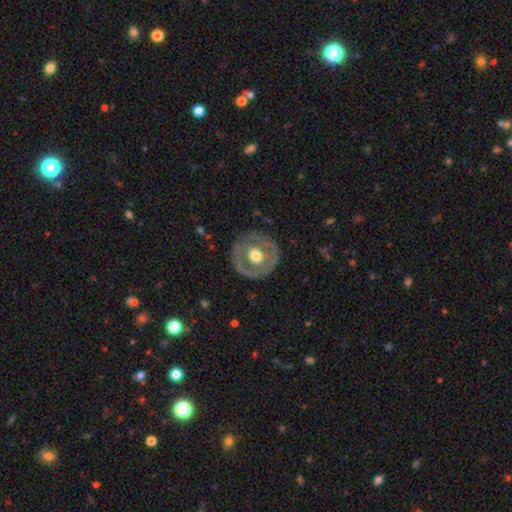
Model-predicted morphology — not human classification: type=featured or disk (54%); edge-on=no (95%); bar=no (87%); spiral arms=no (86%); bulge=moderate (66%); merging=none (81%).